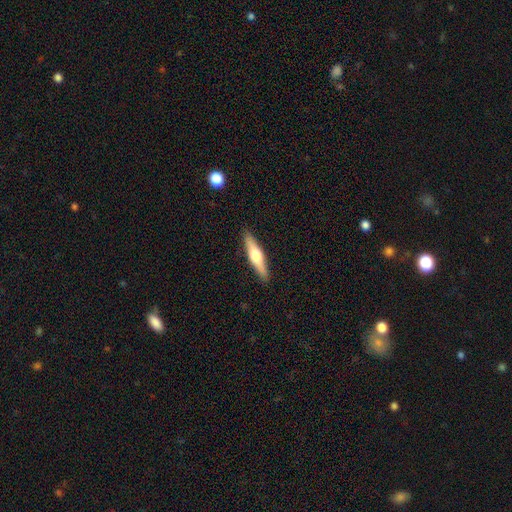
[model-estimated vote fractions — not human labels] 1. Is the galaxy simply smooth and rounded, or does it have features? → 50% featured or disk, 45% smooth, 5% star or artifact.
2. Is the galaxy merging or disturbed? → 90% none, 7% minor disturbance, 2% major disturbance, 1% merger.